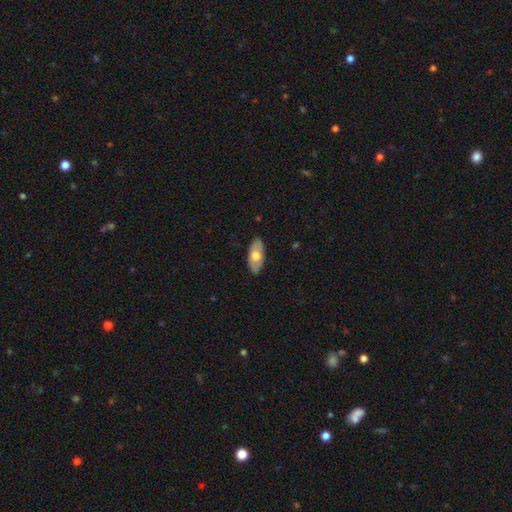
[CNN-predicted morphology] Smooth or featured?
  - smooth: 61% *
  - featured or disk: 34%
  - star or artifact: 5%
How rounded?
  - in between: 91% *
  - cigar-shaped: 6%
  - round: 3%
Merging?
  - none: 86% *
  - minor disturbance: 11%
  - major disturbance: 2%
  - merger: 1%